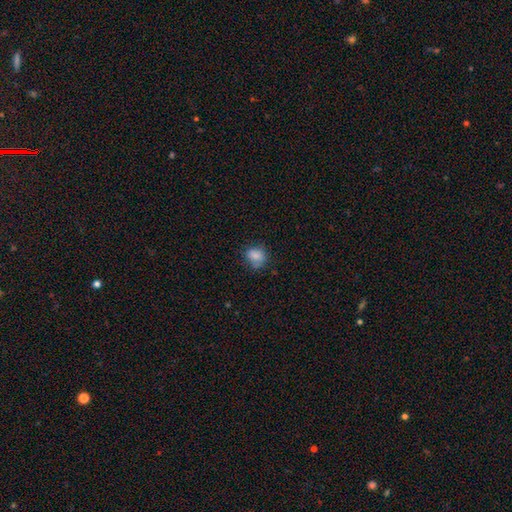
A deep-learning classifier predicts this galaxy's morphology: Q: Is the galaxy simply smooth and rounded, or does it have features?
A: smooth — 81%.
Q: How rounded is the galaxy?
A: round — 58%.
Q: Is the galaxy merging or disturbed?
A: none — 61%.